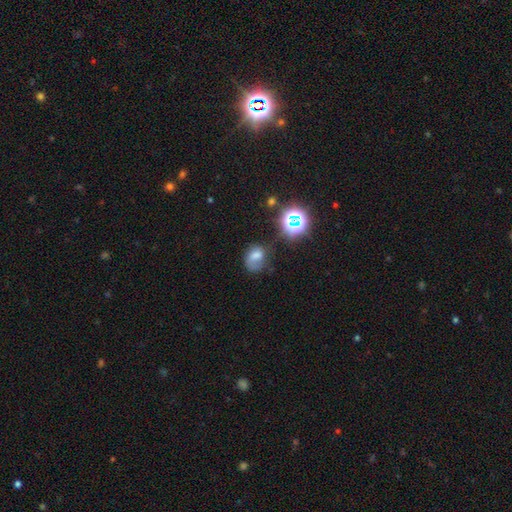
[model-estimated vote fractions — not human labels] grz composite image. It shows a smooth galaxy with no disk features (51%) that is in between round and cigar-shaped (52%). Merging: none (43%).